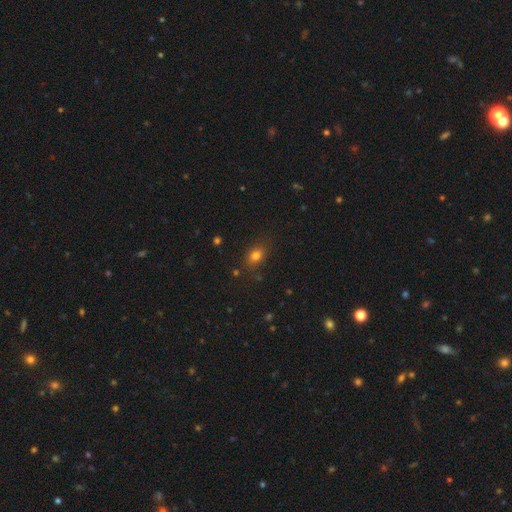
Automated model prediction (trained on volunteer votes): smooth_or_featured: smooth (p=0.77) [alt: star or artifact p=0.15]
how_rounded: in between (p=0.63) [alt: round p=0.35]
merging: none (p=0.80) [alt: minor disturbance p=0.13]